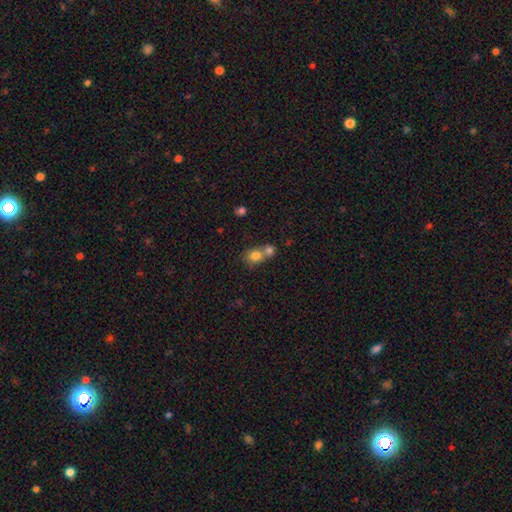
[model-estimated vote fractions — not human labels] Overall: smooth (78%). How rounded: round (67%; in between 32%). Merging: merger (60%; none 31%).